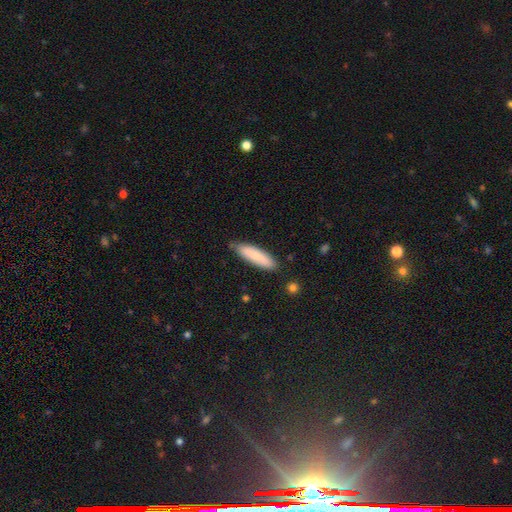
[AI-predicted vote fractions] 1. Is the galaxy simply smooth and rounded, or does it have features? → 82% smooth, 12% featured or disk, 6% star or artifact.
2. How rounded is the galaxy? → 64% cigar-shaped, 34% in between, 1% round.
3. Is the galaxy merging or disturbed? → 80% none, 16% minor disturbance, 2% major disturbance, 2% merger.